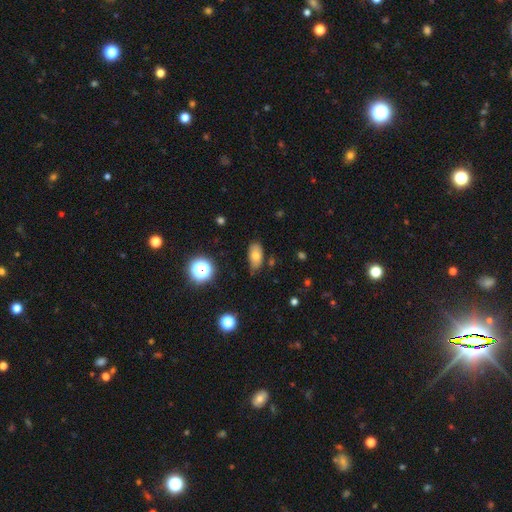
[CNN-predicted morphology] Smooth or featured? smooth (74%)
How rounded? in between (89%)
Merging? none (69%)